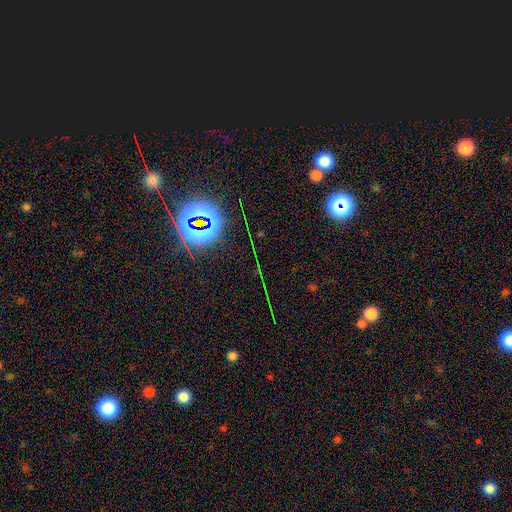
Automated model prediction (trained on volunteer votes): smooth_or_featured: star or artifact (p=0.76) [alt: smooth p=0.15]